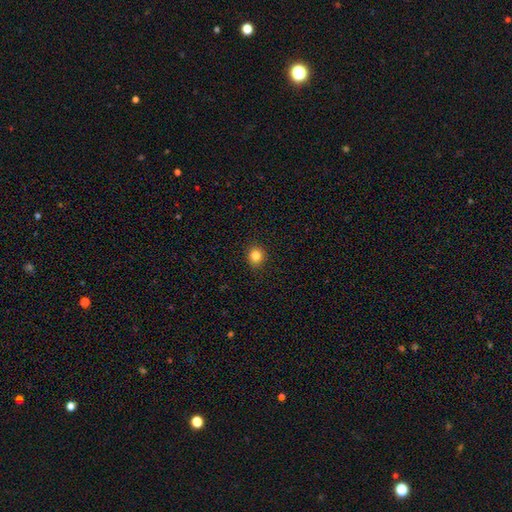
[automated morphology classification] The model was most divided on "how rounded": round: 83%, in between: 17%, cigar-shaped: 1%. More confident: merging — none (91%); smooth or featured — smooth (83%).